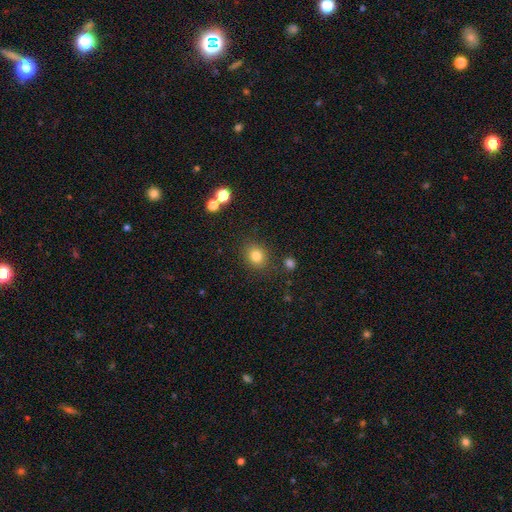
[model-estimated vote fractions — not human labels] smooth-or-featured: smooth: 81% | star or artifact: 12% | featured or disk: 7%
  how-rounded: round: 70% | in between: 29% | cigar-shaped: 1%
  merging: none: 85% | minor disturbance: 9% | merger: 3% | major disturbance: 3%